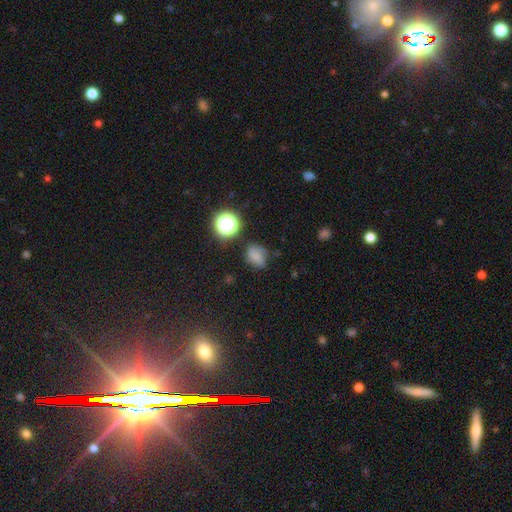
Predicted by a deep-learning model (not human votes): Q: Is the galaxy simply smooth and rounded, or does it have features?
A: smooth — 64%.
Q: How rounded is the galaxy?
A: in between — 53%.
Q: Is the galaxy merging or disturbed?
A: none — 57%.